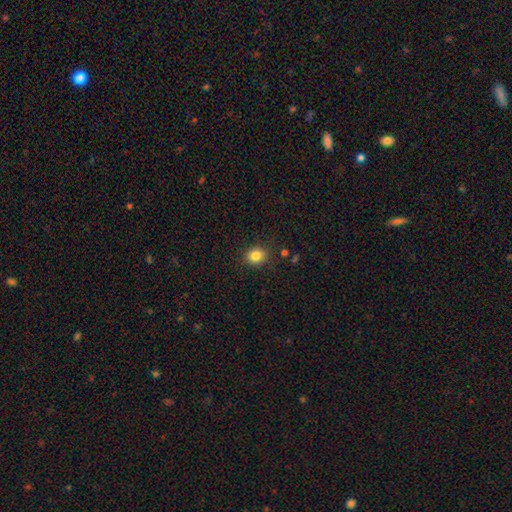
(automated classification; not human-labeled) Smooth or featured?
  - smooth: 83% *
  - star or artifact: 11%
  - featured or disk: 6%
How rounded?
  - round: 69% *
  - in between: 30%
  - cigar-shaped: 1%
Merging?
  - none: 87% *
  - minor disturbance: 9%
  - major disturbance: 2%
  - merger: 2%